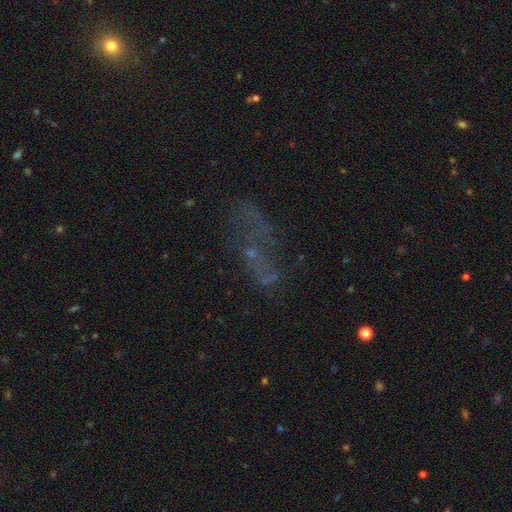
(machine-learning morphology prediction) Smooth or featured? featured or disk (40%)
Merging? none (49%)